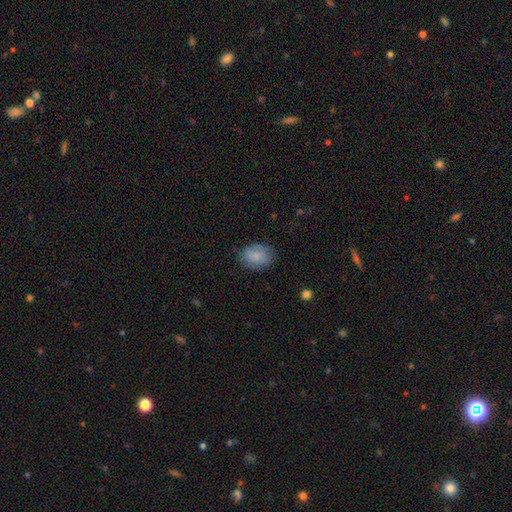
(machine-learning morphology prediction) This is clearly a smooth galaxy (86%). How rounded: likely in between (65%). Merging: likely none (79%).